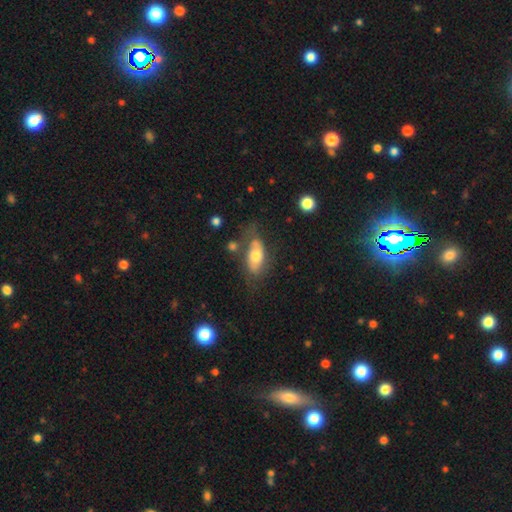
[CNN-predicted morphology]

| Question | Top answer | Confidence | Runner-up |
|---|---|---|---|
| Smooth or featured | smooth | 53% | featured or disk (40%) |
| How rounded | in between | 86% | cigar-shaped (9%) |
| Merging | none | 55% | minor disturbance (23%) |